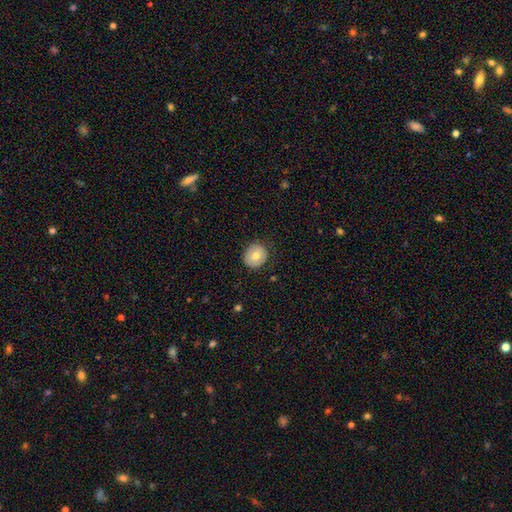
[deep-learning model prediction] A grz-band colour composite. It shows a smooth galaxy with no disk features (73%) that is round (82%). Merging: none (82%).